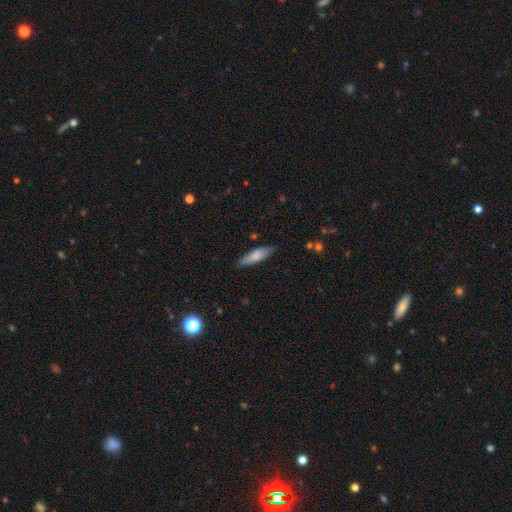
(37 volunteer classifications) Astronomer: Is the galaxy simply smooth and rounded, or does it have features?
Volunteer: smooth — 65%.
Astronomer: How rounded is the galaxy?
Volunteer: cigar-shaped — 62%.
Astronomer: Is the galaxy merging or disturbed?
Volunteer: none — 77%.